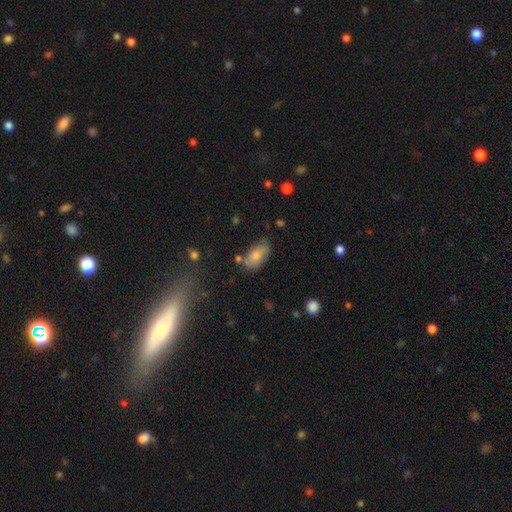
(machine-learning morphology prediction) Overall: smooth (78%). How rounded: in between (91%). Merging: none (59%; minor disturbance 26%).